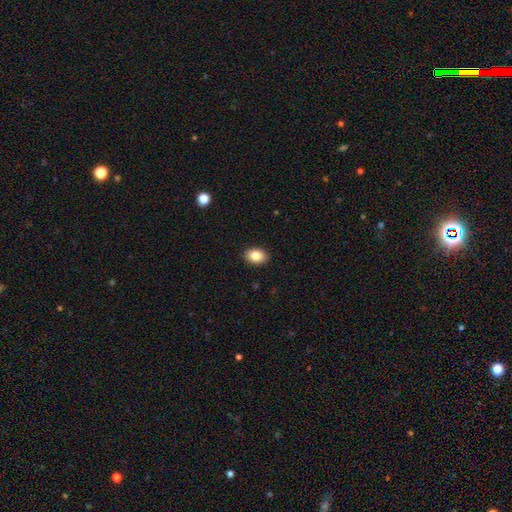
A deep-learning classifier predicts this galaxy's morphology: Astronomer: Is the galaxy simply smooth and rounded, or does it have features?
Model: smooth — 85%.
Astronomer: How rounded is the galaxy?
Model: in between — 77%.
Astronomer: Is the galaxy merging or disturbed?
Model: none — 90%.